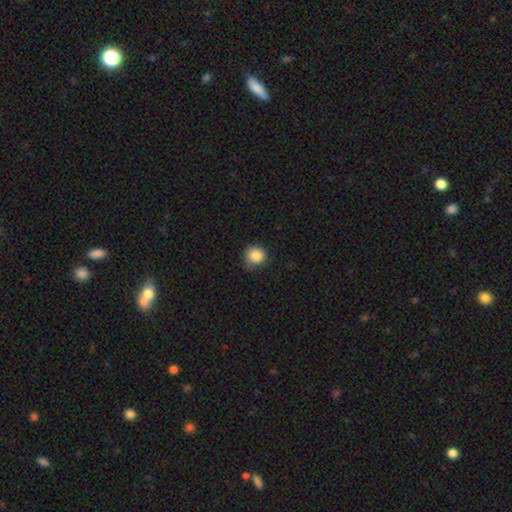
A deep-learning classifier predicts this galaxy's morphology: A smooth galaxy with no disk features (87%) that is round (86%).

Vote fractions:
- Smooth or featured? smooth: 87% / star or artifact: 9% / featured or disk: 4%
- How rounded? round: 86% / in between: 13% / cigar-shaped: 1%
- Merging? none: 68% / minor disturbance: 26% / major disturbance: 5% / merger: 1%